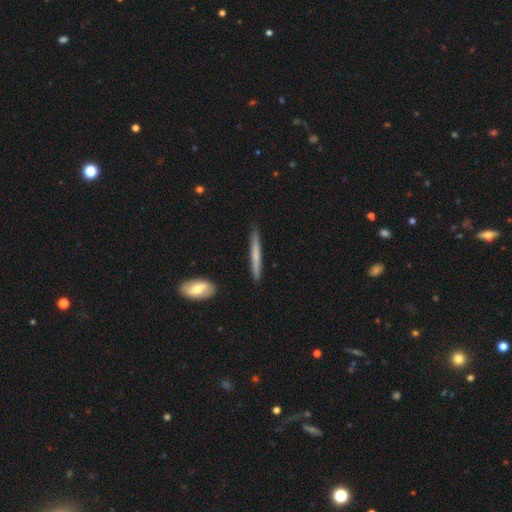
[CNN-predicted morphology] Q: Smooth or featured?
A: smooth (61%); runner-up: featured or disk (35%)
Q: How rounded?
A: cigar-shaped (96%); runner-up: in between (3%)
Q: Merging?
A: none (88%); runner-up: minor disturbance (8%)